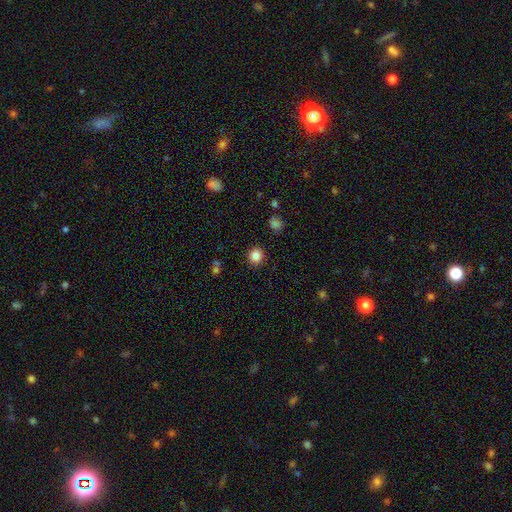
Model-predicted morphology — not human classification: A smooth galaxy with no disk features (85%) that is round (89%).

Vote fractions:
- Smooth or featured? smooth: 85% / star or artifact: 11% / featured or disk: 4%
- How rounded? round: 89% / in between: 11% / cigar-shaped: 1%
- Merging? none: 91% / minor disturbance: 6% / major disturbance: 2% / merger: 1%